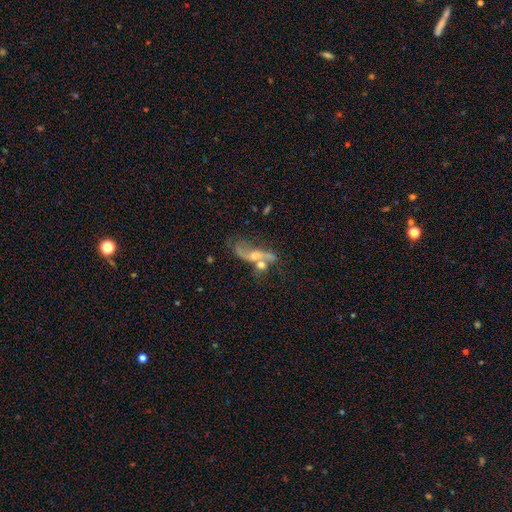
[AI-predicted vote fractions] Smooth or featured? featured or disk (69%)
Edge-on disk? no (86%)
Bar? no (60%)
Spiral arms? yes (71%)
Bulge size? moderate (46%)
Merging? merger (42%)